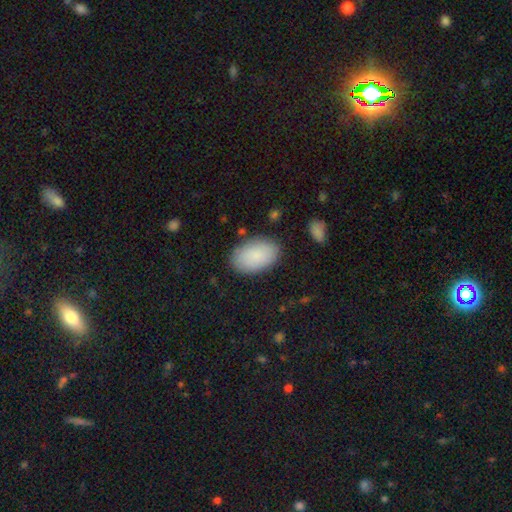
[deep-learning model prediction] Q: Smooth or featured?
A: smooth (88%); runner-up: star or artifact (6%)
Q: How rounded?
A: in between (93%); runner-up: round (6%)
Q: Merging?
A: none (85%); runner-up: minor disturbance (11%)